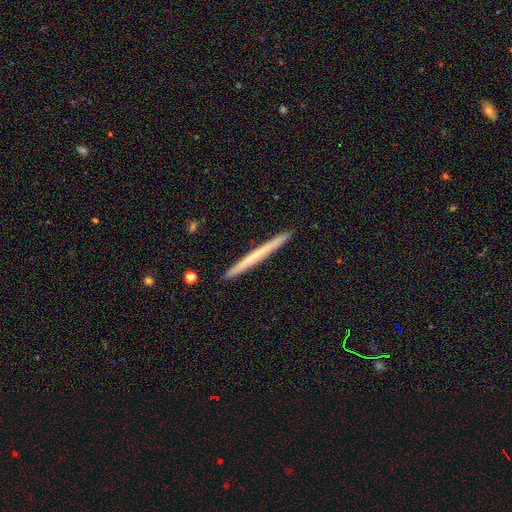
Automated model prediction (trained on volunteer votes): smooth_or_featured: smooth (p=0.51) [alt: featured or disk p=0.44]
how_rounded: cigar-shaped (p=0.97) [alt: in between p=0.01]
merging: none (p=0.93) [alt: minor disturbance p=0.05]